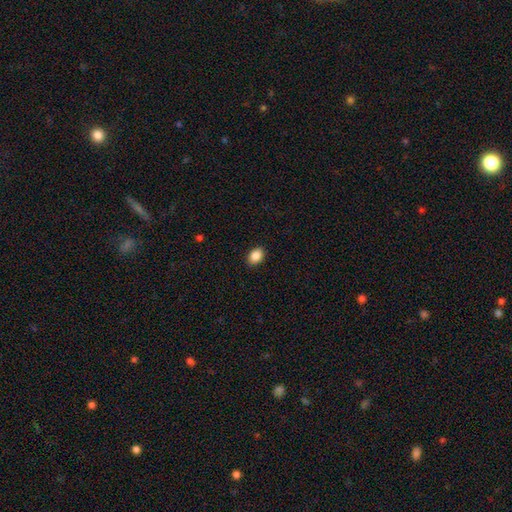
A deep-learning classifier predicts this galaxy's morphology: Overall: smooth (88%). How rounded: in between (75%). Merging: none (89%).